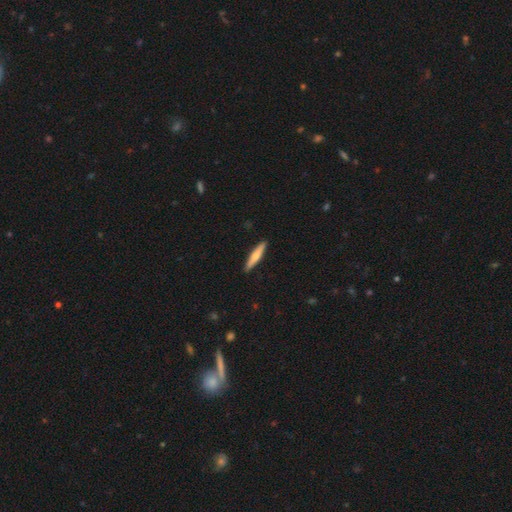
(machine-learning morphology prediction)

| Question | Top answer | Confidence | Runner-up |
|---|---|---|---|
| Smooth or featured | smooth | 57% | featured or disk (38%) |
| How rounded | cigar-shaped | 90% | in between (9%) |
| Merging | none | 91% | minor disturbance (7%) |